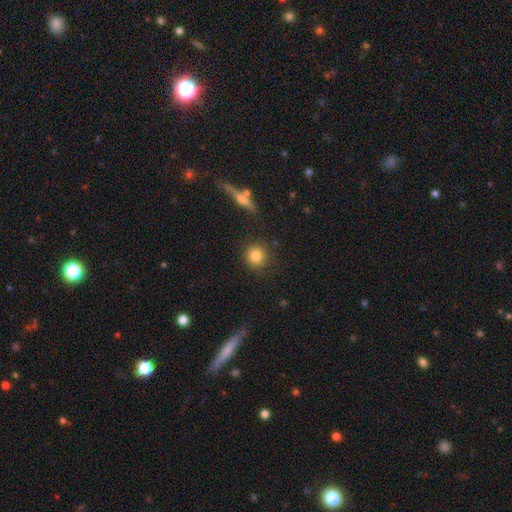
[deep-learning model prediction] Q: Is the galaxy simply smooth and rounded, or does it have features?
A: smooth — 83%.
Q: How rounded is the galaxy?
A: round — 92%.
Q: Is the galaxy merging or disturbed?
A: none — 87%.